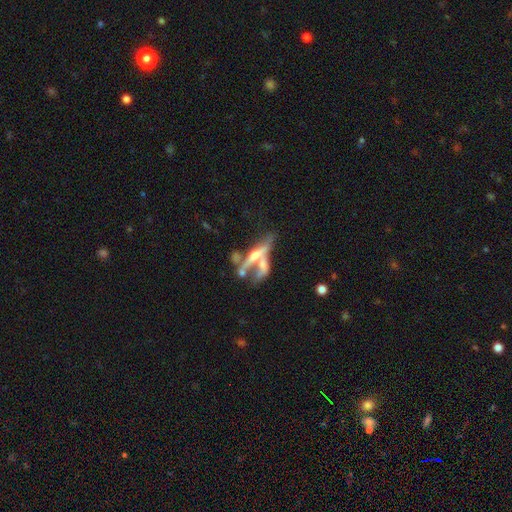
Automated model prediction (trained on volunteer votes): Smooth or featured: featured or disk — 66% (smooth — 24%)
Edge-on disk: yes — 66% (no — 34%)
Merging: merger — 49% (none — 25%)